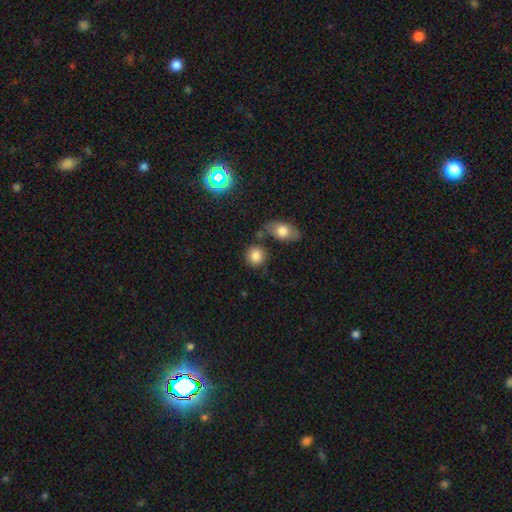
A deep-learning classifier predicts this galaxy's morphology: Smooth or featured?
  - smooth: 83% *
  - star or artifact: 9%
  - featured or disk: 8%
How rounded?
  - round: 80% *
  - in between: 18%
  - cigar-shaped: 2%
Merging?
  - none: 72% *
  - minor disturbance: 12%
  - merger: 11%
  - major disturbance: 4%